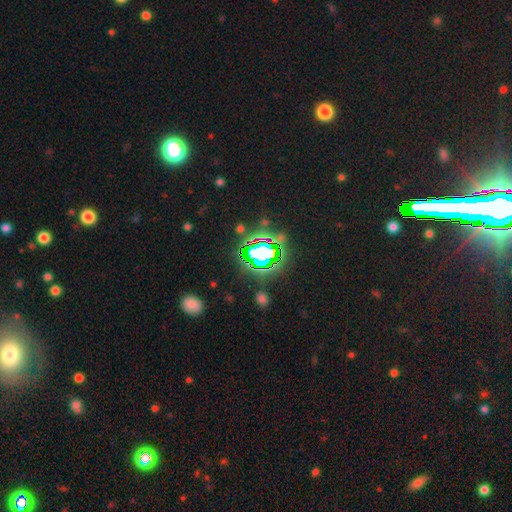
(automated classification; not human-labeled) Smooth or featured? Predicted: star or artifact (p=0.73).